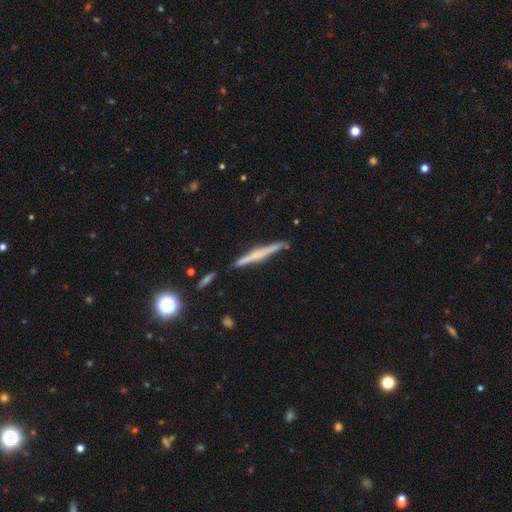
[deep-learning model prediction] This is possibly a featured or disk galaxy (59%). It is clearly viewed edge-on (97%). Edge-on bulge: marginally none (42%). Merging: clearly none (85%).